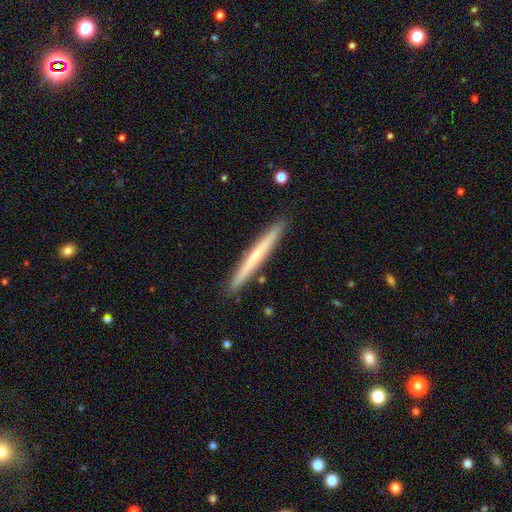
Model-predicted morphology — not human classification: Smooth or featured? Predicted: smooth (p=0.48). Merging? Predicted: none (p=0.92).